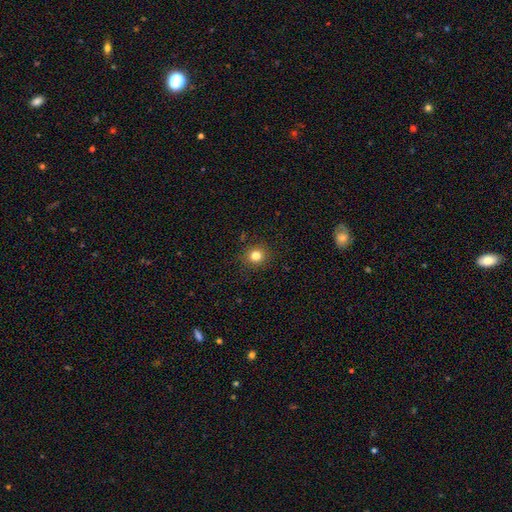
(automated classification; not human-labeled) Smooth or featured? Predicted: smooth (p=0.82). How rounded? Predicted: round (p=0.90). Merging? Predicted: none (p=0.90).